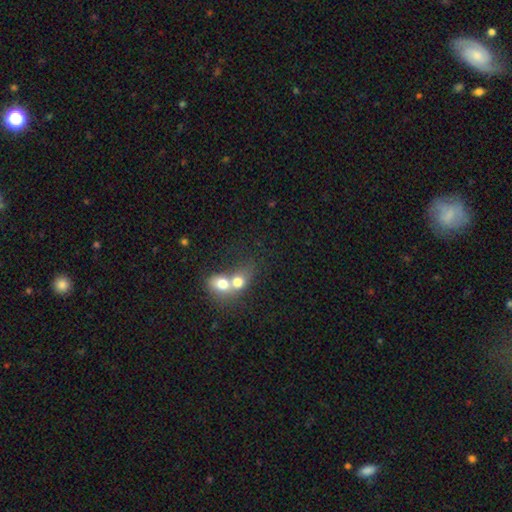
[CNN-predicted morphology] Smooth or featured? Predicted: smooth (p=0.56). How rounded? Predicted: round (p=0.58). Merging? Predicted: merger (p=0.57).